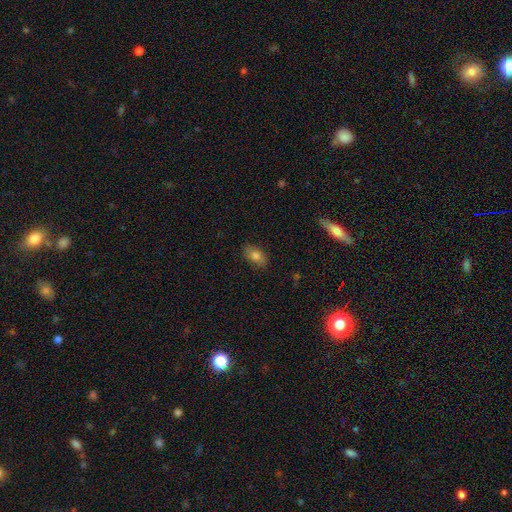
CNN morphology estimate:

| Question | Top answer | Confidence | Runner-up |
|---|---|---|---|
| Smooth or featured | smooth | 78% | featured or disk (13%) |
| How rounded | in between | 88% | round (9%) |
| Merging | none | 85% | minor disturbance (11%) |